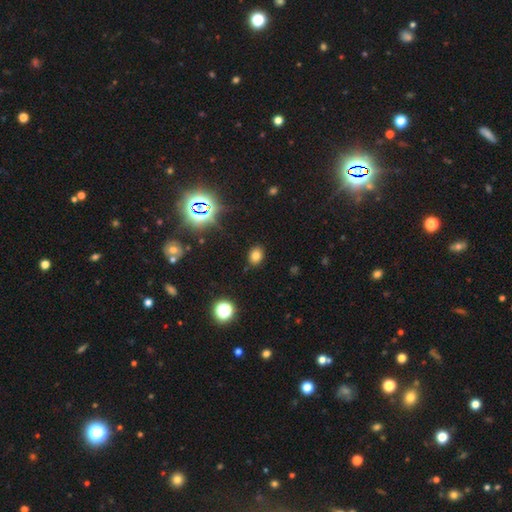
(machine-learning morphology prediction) smooth 74%, star or artifact 19%, featured or disk 7%. Down the decision tree: how rounded — in between (58%); merging — none (87%).